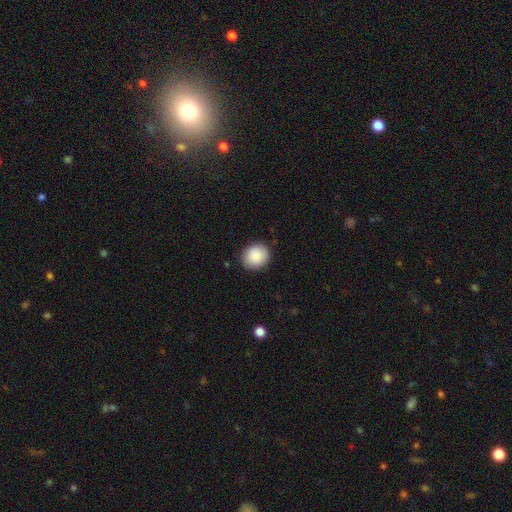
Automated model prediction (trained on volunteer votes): A smooth galaxy with no disk features (89%) that is round (80%). Merging: none (88%).